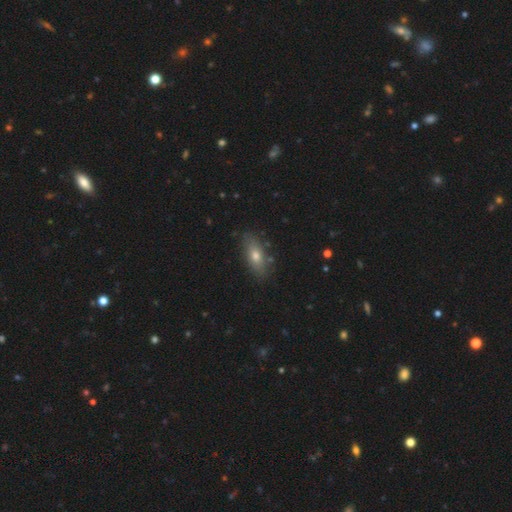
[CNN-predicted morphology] A smooth galaxy with no disk features (68%) that is in between round and cigar-shaped (78%). Merging: none (81%).